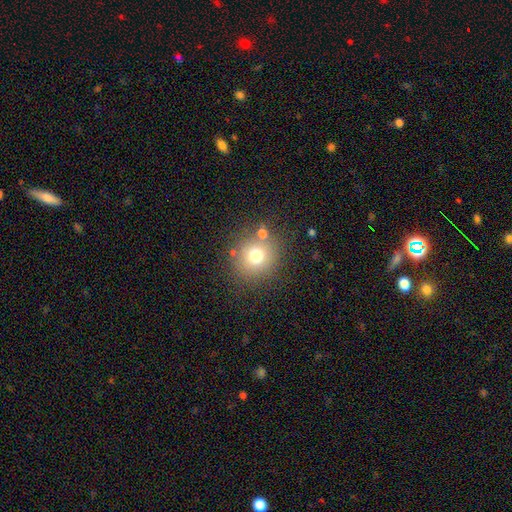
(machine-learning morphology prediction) Smooth or featured? smooth (73%)
How rounded? round (90%)
Merging? none (77%)